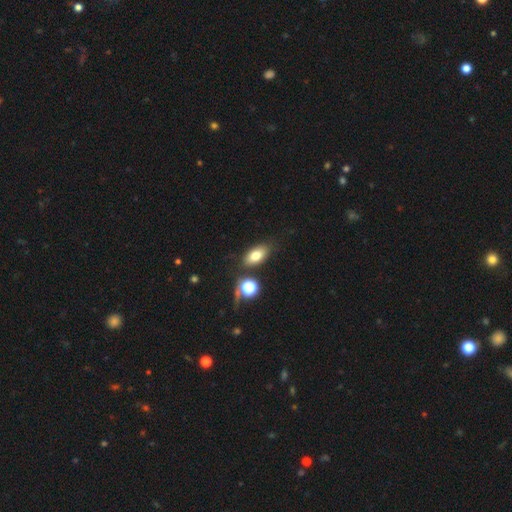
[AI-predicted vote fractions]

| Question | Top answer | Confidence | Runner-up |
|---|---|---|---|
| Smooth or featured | smooth | 75% | featured or disk (14%) |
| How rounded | in between | 87% | round (8%) |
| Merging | none | 76% | minor disturbance (12%) |